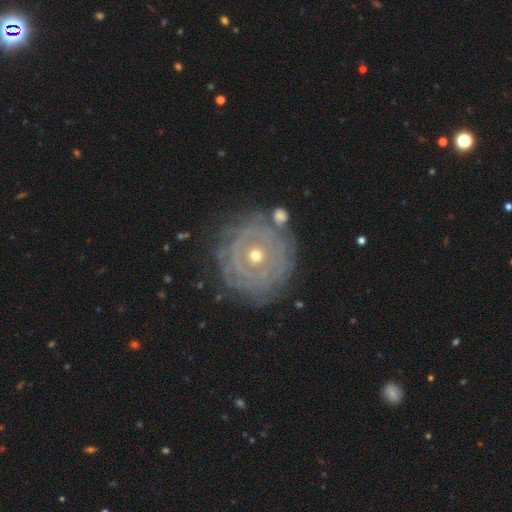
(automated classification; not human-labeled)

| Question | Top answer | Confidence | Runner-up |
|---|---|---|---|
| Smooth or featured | featured or disk | 80% | smooth (14%) |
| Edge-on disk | no | 97% | yes (3%) |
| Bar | no | 86% | weak (10%) |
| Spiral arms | yes | 73% | no (27%) |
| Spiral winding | tight | 85% | medium (10%) |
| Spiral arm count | can't tell | 49% | 2 (13%) |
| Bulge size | small | 50% | moderate (46%) |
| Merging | none | 73% | minor disturbance (17%) |